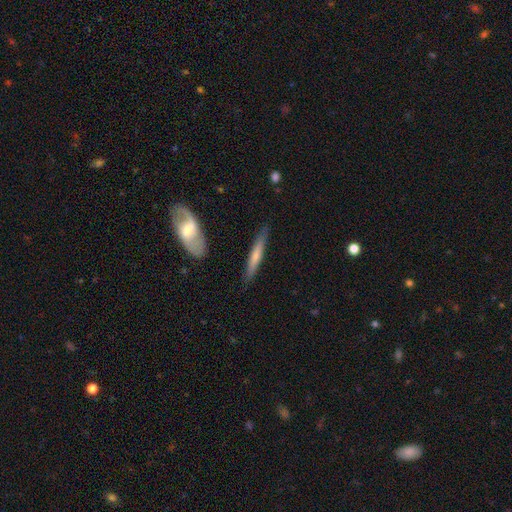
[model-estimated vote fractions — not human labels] Smooth or featured: smooth — 56% (featured or disk — 39%)
How rounded: cigar-shaped — 93% (in between — 6%)
Merging: none — 85% (minor disturbance — 11%)